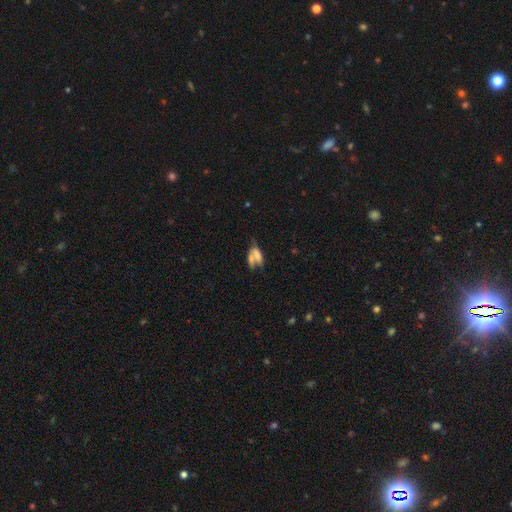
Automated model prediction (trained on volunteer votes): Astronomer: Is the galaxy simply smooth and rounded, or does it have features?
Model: smooth — 57%.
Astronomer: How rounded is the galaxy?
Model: in between — 71%.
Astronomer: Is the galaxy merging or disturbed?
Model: merger — 52%.